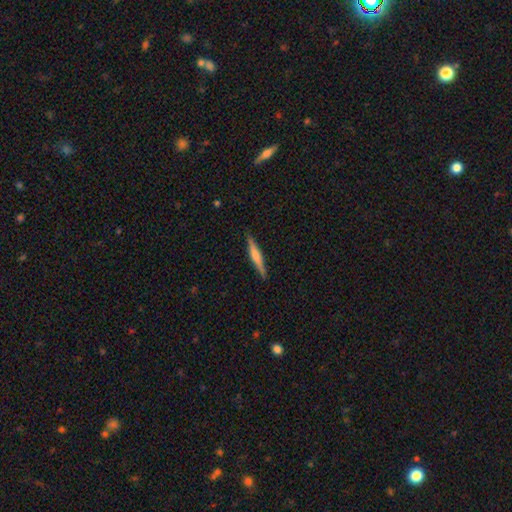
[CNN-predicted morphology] smooth-or-featured: smooth: 48% | featured or disk: 46% | star or artifact: 5%
  merging: none: 89% | minor disturbance: 8% | major disturbance: 2% | merger: 1%